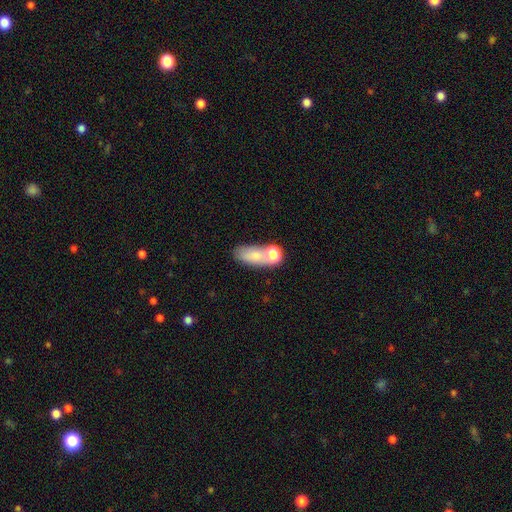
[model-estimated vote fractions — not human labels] smooth_or_featured: smooth (p=0.71) [alt: featured or disk p=0.17]
how_rounded: in between (p=0.77) [alt: round p=0.15]
merging: none (p=0.45) [alt: merger p=0.32]